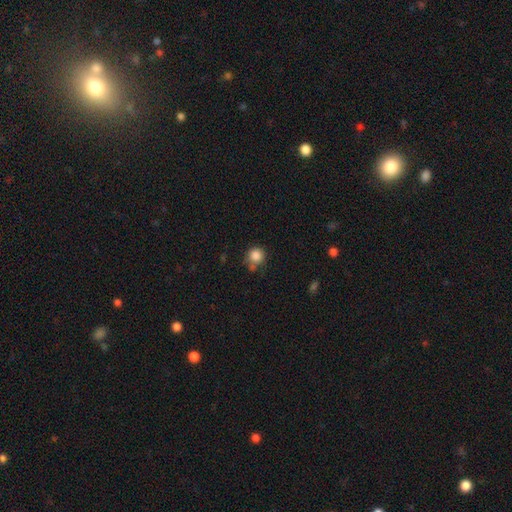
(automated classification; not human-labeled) Smooth or featured? Predicted: smooth (p=0.85). How rounded? Predicted: round (p=0.90). Merging? Predicted: none (p=0.65).